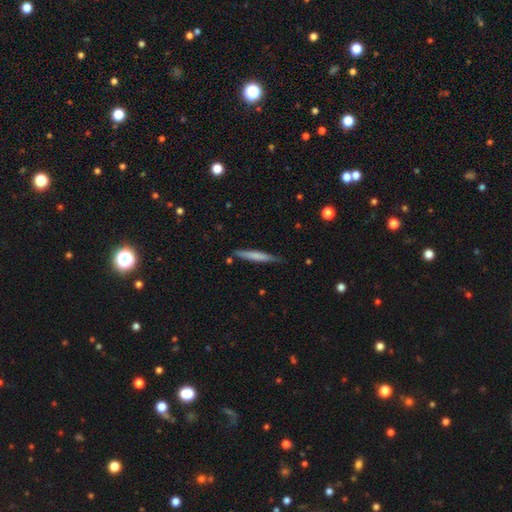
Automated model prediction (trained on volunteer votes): smooth-or-featured: smooth: 65% | featured or disk: 29% | star or artifact: 5%
  how-rounded: cigar-shaped: 95% | in between: 4% | round: 1%
  merging: none: 83% | minor disturbance: 13% | merger: 2% | major disturbance: 2%